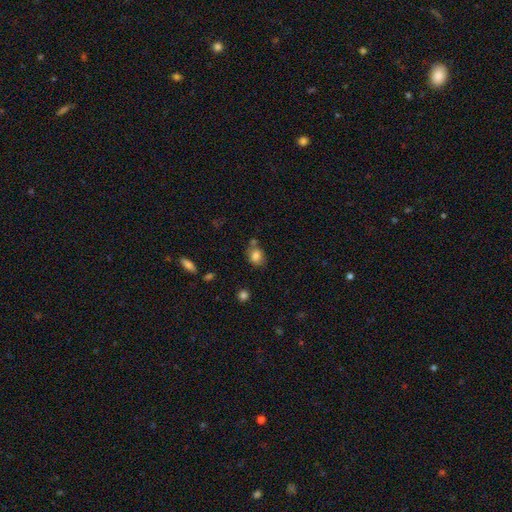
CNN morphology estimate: Q: Smooth or featured?
A: smooth (82%); runner-up: star or artifact (10%)
Q: How rounded?
A: in between (51%); runner-up: round (48%)
Q: Merging?
A: none (61%); runner-up: minor disturbance (18%)